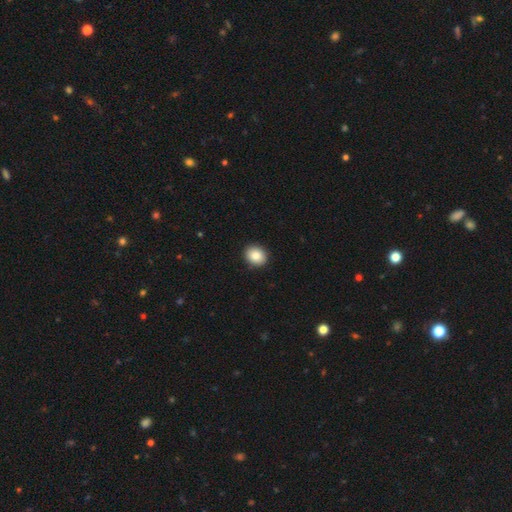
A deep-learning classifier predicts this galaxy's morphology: Smooth or featured? Predicted: smooth (p=0.85). How rounded? Predicted: round (p=0.65). Merging? Predicted: none (p=0.91).